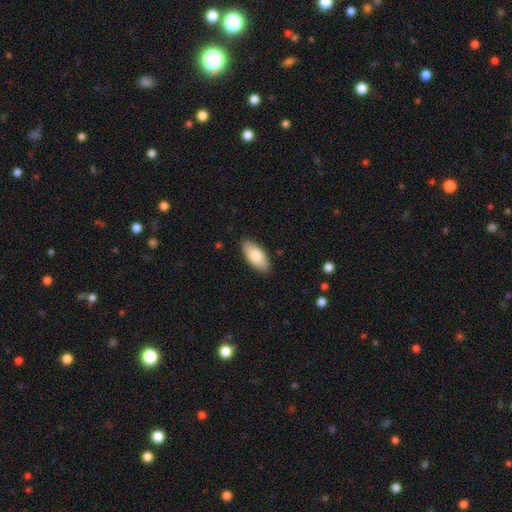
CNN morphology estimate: Smooth or featured? Predicted: smooth (p=0.79). How rounded? Predicted: in between (p=0.89). Merging? Predicted: none (p=0.88).